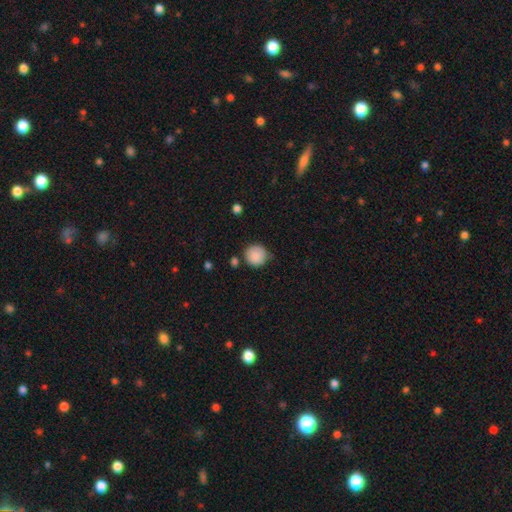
Morphology: type=smooth (92%); roundness=round (97%); merging=none (63%).